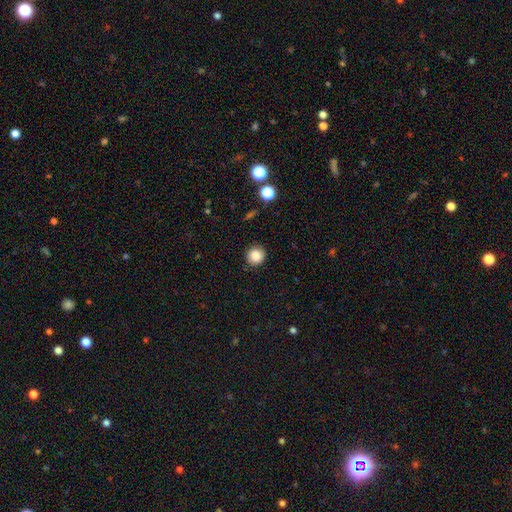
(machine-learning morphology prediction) This is clearly a smooth galaxy (86%). How rounded: clearly round (92%). Merging: clearly none (89%).